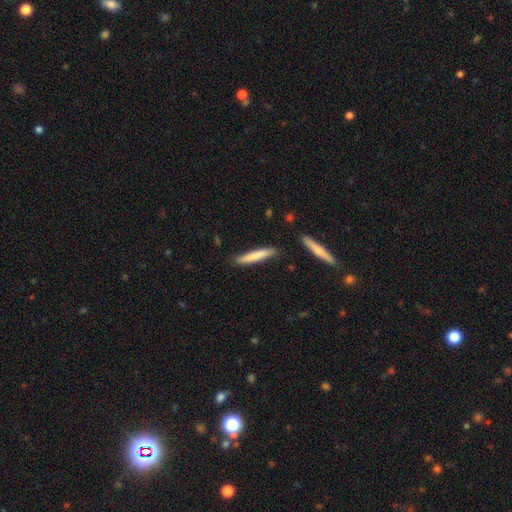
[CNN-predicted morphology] A smooth galaxy with no disk features (76%) that is cigar-shaped (93%). Merging: none (85%).